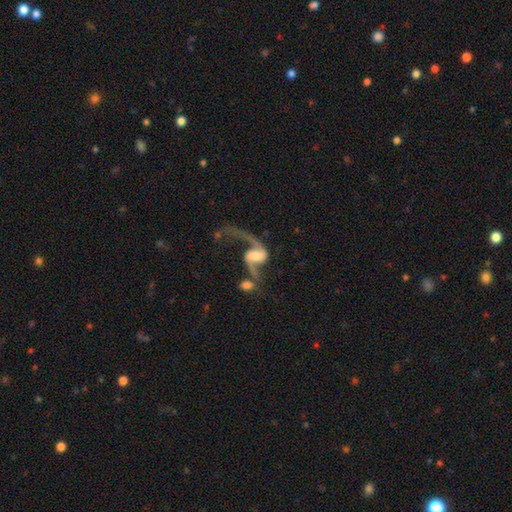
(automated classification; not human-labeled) smooth-or-featured: featured or disk: 83% | smooth: 10% | star or artifact: 6%
  disk-edge-on: no: 97% | yes: 3%
    bar: weak: 41% | no: 37% | strong: 22%
    has-spiral-arms: yes: 94% | no: 6%
      spiral-winding: loose: 86% | medium: 12% | tight: 2%
      spiral-arm-count: 2: 79% | 1: 17% | can't tell: 2% | 3: 1% | 4: 1% | more than 4: 1%
    bulge-size: moderate: 34% | small: 24% | large: 23% | none: 13% | dominant: 5%
  merging: none: 33% | major disturbance: 28% | merger: 27% | minor disturbance: 12%